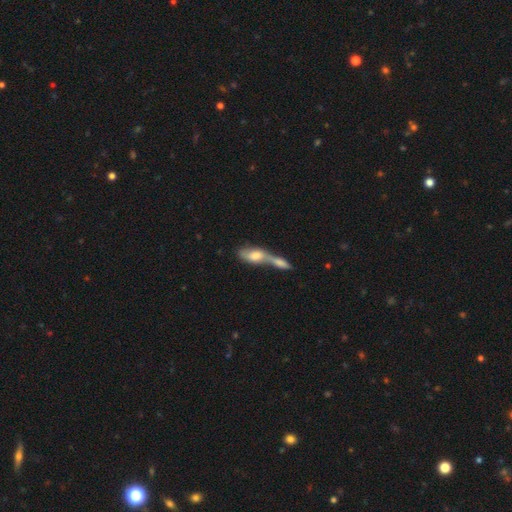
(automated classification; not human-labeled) smooth_or_featured: smooth (p=0.64) [alt: featured or disk p=0.30]
how_rounded: in between (p=0.74) [alt: cigar-shaped p=0.21]
merging: merger (p=0.79) [alt: none p=0.12]